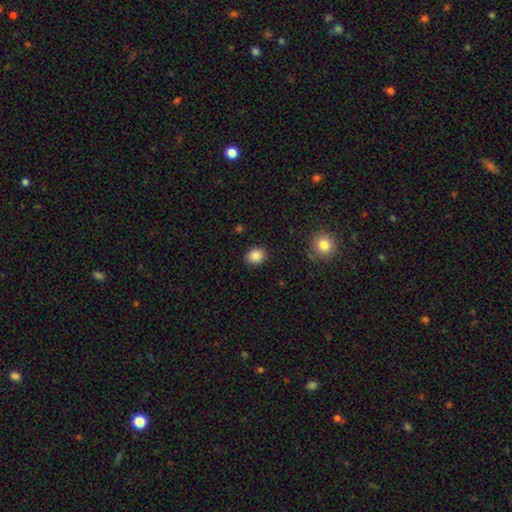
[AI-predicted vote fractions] smooth_or_featured: smooth (p=0.86) [alt: star or artifact p=0.10]
how_rounded: round (p=0.66) [alt: in between p=0.33]
merging: none (p=0.89) [alt: minor disturbance p=0.08]